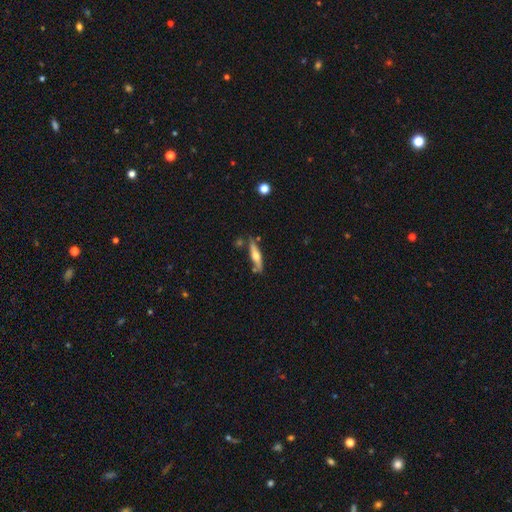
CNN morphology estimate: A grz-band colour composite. It shows a featured or disk galaxy (52%) viewed edge-on (89%). Merging: none (75%).